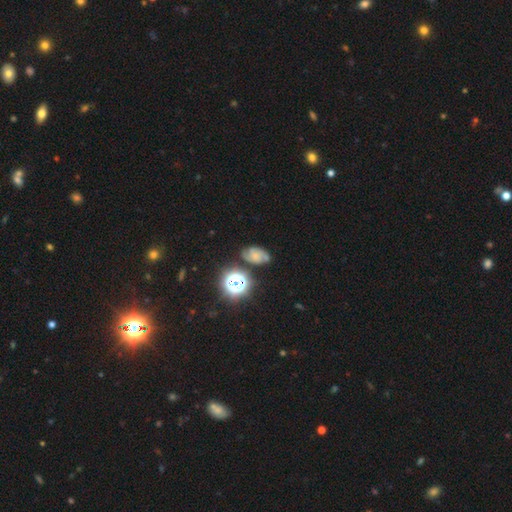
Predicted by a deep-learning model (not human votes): A featured or disk galaxy (45%).

Vote fractions:
- Smooth or featured? featured or disk: 45% / smooth: 34% / star or artifact: 21%
- Merging? none: 62% / minor disturbance: 22% / major disturbance: 9% / merger: 7%